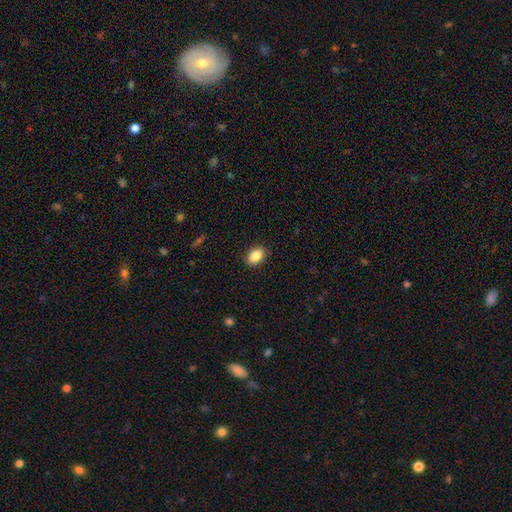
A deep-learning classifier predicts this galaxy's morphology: Smooth or featured? smooth (88%)
How rounded? in between (87%)
Merging? none (89%)